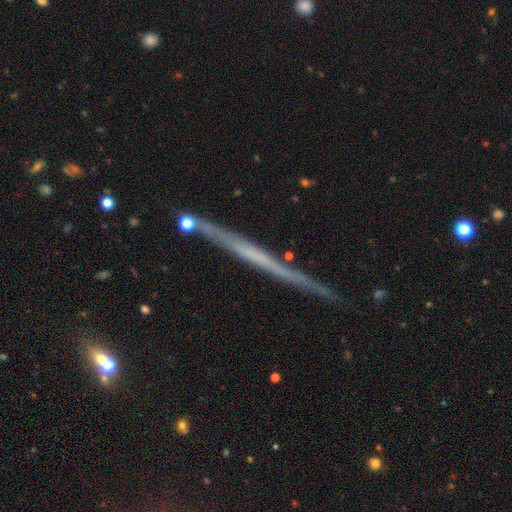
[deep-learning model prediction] Morphology: type=featured or disk (67%); edge-on=yes (97%); edge-on bulge=none (86%); merging=none (86%).